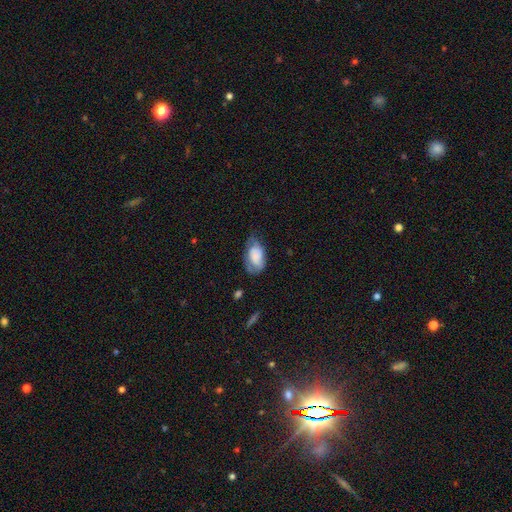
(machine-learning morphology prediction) Smooth or featured? Predicted: smooth (p=0.61). How rounded? Predicted: in between (p=0.92). Merging? Predicted: none (p=0.44).